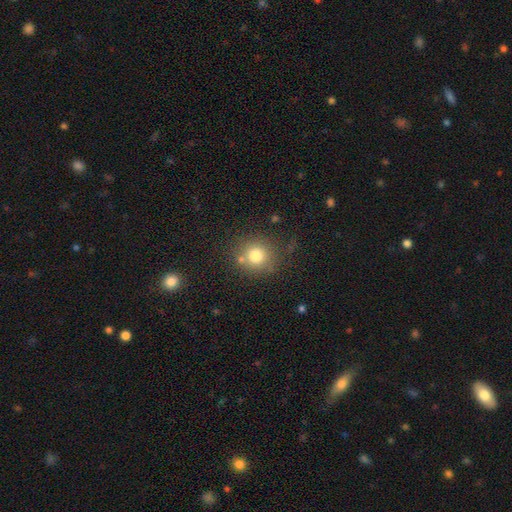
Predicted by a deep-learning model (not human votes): smooth_or_featured: smooth (p=0.77) [alt: star or artifact p=0.13]
how_rounded: round (p=0.90) [alt: in between p=0.09]
merging: none (p=0.74) [alt: minor disturbance p=0.12]